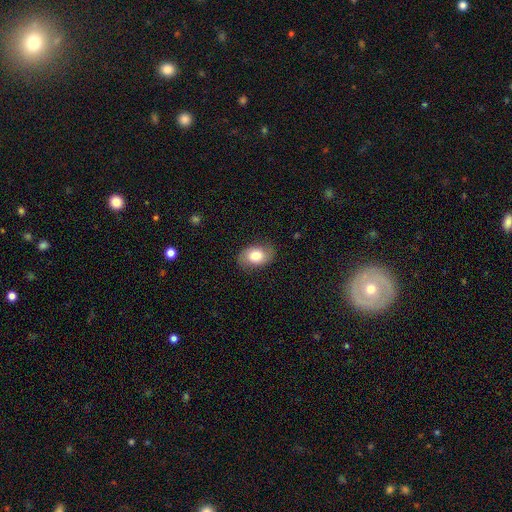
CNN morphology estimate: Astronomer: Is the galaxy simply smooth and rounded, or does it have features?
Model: smooth — 67%.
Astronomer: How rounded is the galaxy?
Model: in between — 82%.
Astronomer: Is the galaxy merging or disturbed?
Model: none — 79%.